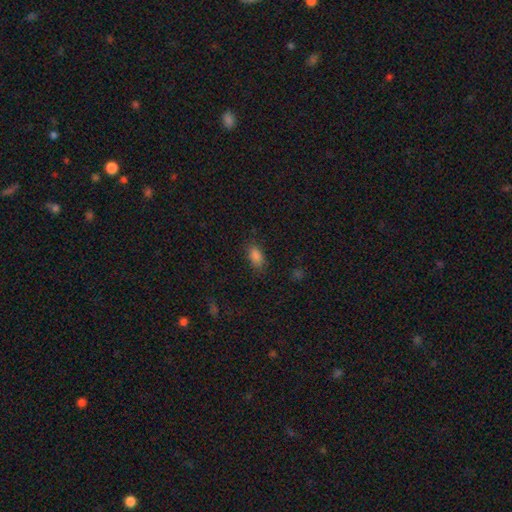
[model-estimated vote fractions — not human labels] The model was most divided on "merging": none: 81%, minor disturbance: 14%, major disturbance: 4%, merger: 1%. More confident: how rounded — in between (89%); smooth or featured — smooth (84%).